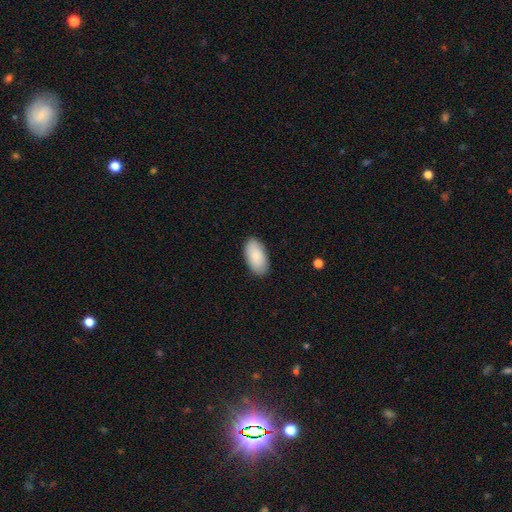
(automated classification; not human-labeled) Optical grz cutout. It shows a smooth galaxy with no disk features (87%) that is in between round and cigar-shaped (96%). Merging: none (88%).